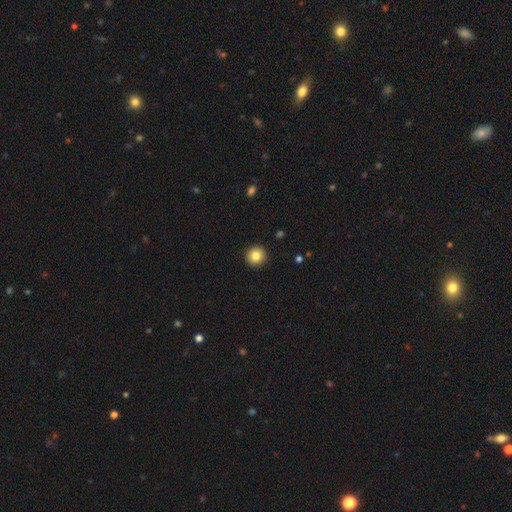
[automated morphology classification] smooth-or-featured: smooth: 85% | star or artifact: 9% | featured or disk: 6%
  how-rounded: round: 94% | in between: 5% | cigar-shaped: 1%
  merging: none: 93% | minor disturbance: 5% | major disturbance: 1% | merger: 1%